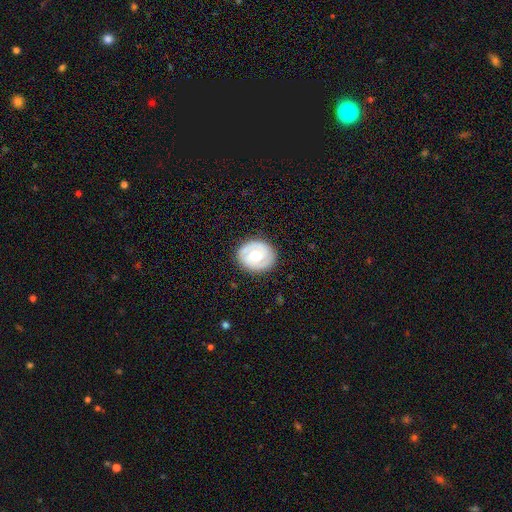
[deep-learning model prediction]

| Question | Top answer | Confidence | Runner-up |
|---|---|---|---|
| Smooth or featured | featured or disk | 59% | smooth (35%) |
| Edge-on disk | no | 96% | yes (4%) |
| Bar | no | 64% | weak (27%) |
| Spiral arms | yes | 50% | tied: no (50%) |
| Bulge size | moderate | 71% | large (21%) |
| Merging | none | 84% | minor disturbance (11%) |